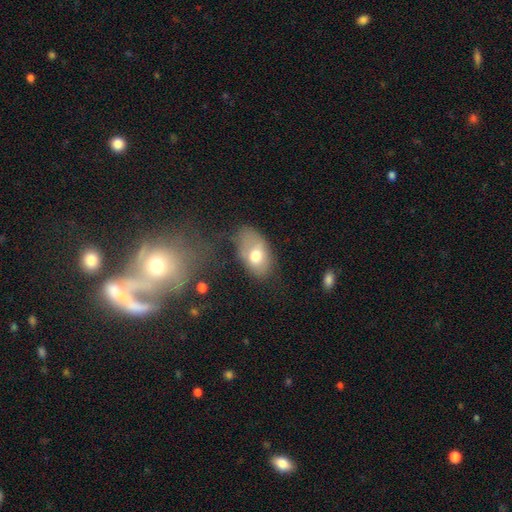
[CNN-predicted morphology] type=smooth (67%); roundness=in between (91%); merging=none (48%).